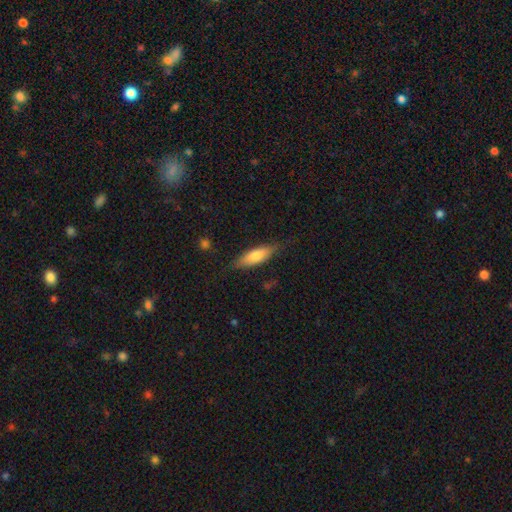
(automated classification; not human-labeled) This appears to be a smooth galaxy with no disk features (75%) that is in between round and cigar-shaped (54%). Merging: none (76%).